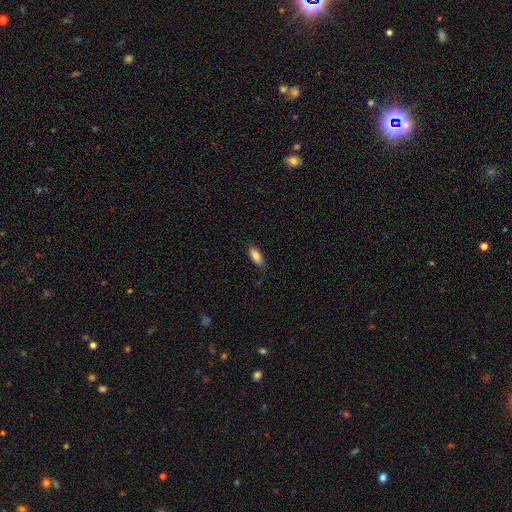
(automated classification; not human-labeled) The model was most divided on "merging": none: 78%, minor disturbance: 18%, major disturbance: 3%, merger: 1%. More confident: smooth or featured — smooth (82%); how rounded — in between (80%).